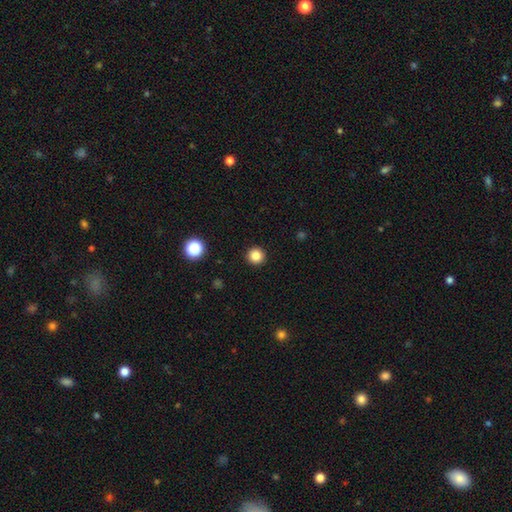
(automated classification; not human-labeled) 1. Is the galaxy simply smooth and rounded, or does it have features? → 84% smooth, 12% star or artifact, 4% featured or disk.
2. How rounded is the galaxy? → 96% round, 3% in between, 1% cigar-shaped.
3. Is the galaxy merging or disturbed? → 93% none, 4% minor disturbance, 2% major disturbance, 1% merger.